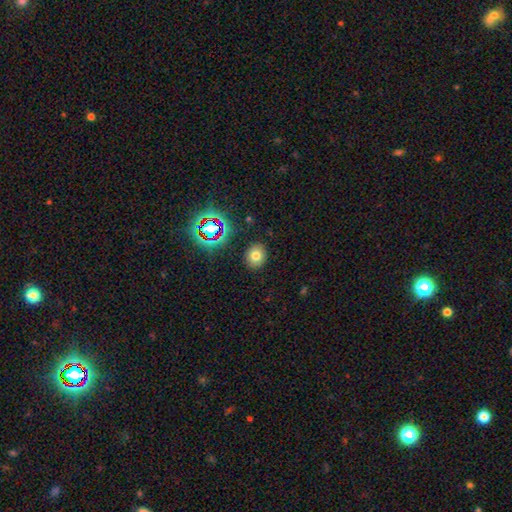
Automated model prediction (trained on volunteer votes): A smooth galaxy with no disk features (72%) that is round (60%). Merging: none (88%).